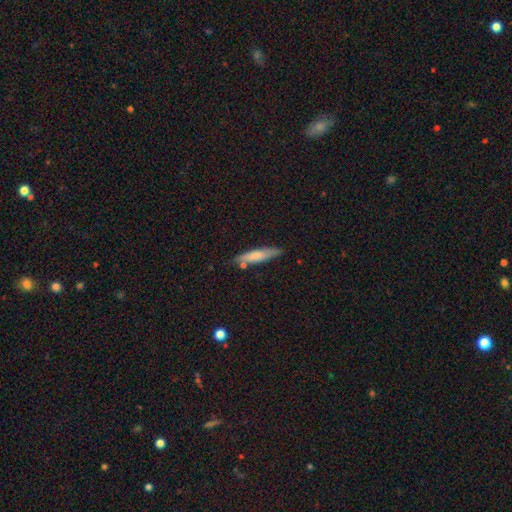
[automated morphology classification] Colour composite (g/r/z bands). It shows a smooth galaxy with no disk features (72%) that is cigar-shaped (82%). Merging: none (77%).